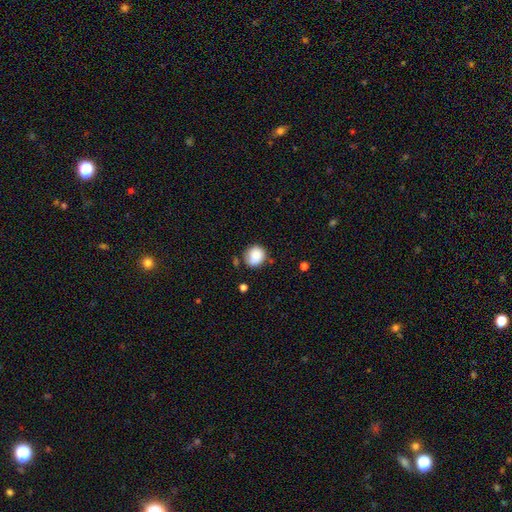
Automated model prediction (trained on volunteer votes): The model was most divided on "merging": none: 67%, minor disturbance: 22%, merger: 6%, major disturbance: 5%. More confident: smooth or featured — smooth (86%); how rounded — round (77%).